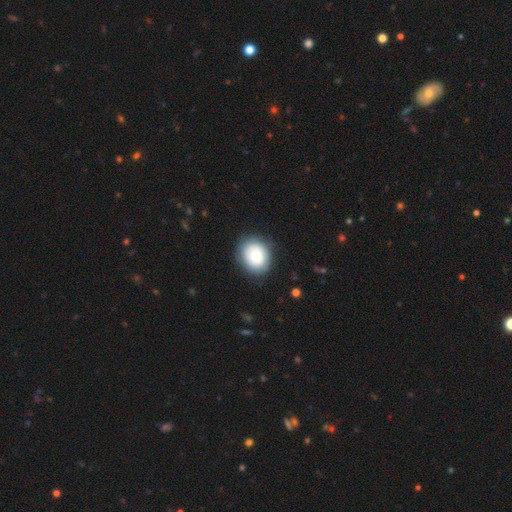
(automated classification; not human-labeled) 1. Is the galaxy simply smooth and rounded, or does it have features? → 80% smooth, 13% featured or disk, 7% star or artifact.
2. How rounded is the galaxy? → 60% round, 39% in between, 1% cigar-shaped.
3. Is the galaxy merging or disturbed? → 83% none, 12% minor disturbance, 4% major disturbance, 1% merger.